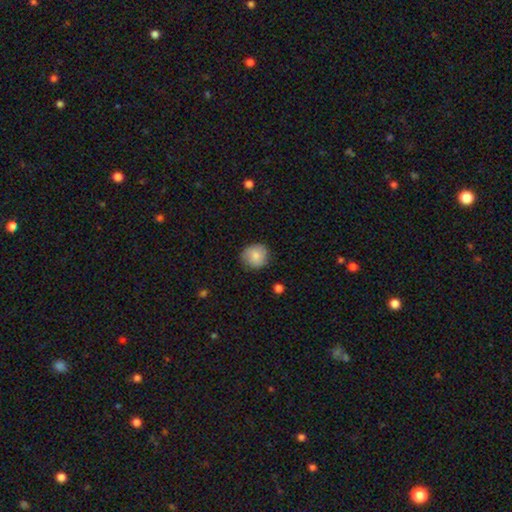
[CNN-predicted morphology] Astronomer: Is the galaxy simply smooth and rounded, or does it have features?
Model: smooth — 82%.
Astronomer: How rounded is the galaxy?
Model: round — 90%.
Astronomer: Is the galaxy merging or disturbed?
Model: none — 82%.